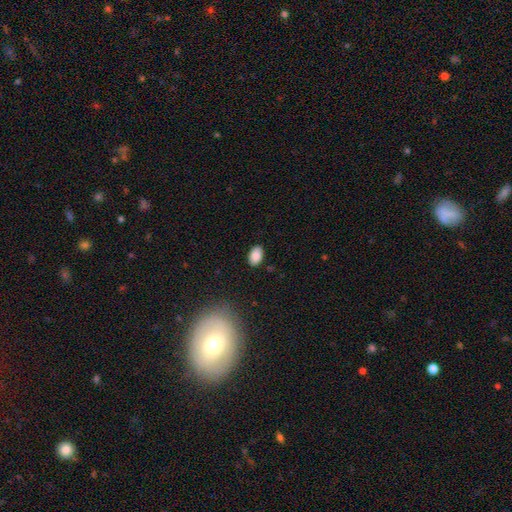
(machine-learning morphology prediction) This appears to be a smooth galaxy with no disk features (88%) that is in between round and cigar-shaped (92%). Merging: none (86%).